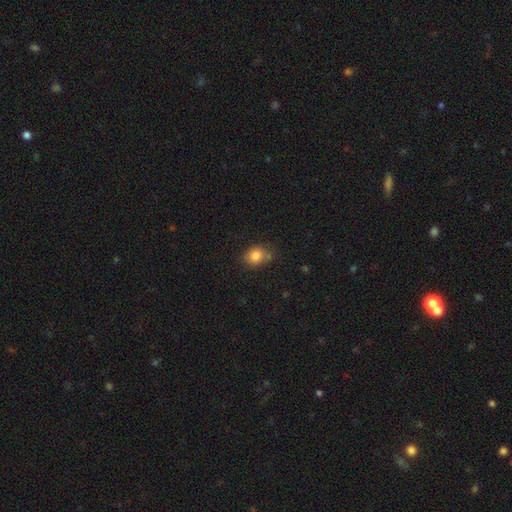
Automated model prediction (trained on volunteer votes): Smooth or featured? Predicted: smooth (p=0.83). How rounded? Predicted: in between (p=0.51). Merging? Predicted: none (p=0.65).